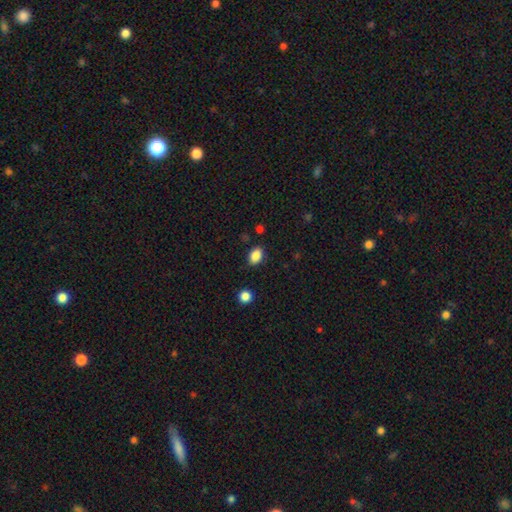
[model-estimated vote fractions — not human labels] Morphology: type=smooth (87%); roundness=in between (81%); merging=none (84%).